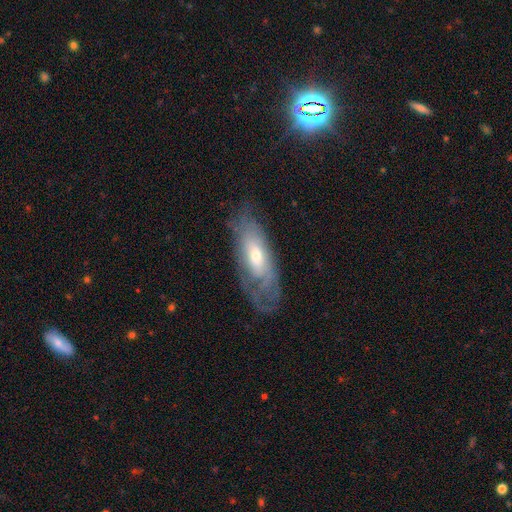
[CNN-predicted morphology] Smooth or featured?
  - featured or disk: 61% *
  - smooth: 32%
  - star or artifact: 7%
Edge-on disk?
  - no: 79% *
  - yes: 21%
Merging?
  - none: 59% *
  - minor disturbance: 24%
  - major disturbance: 16%
  - merger: 2%